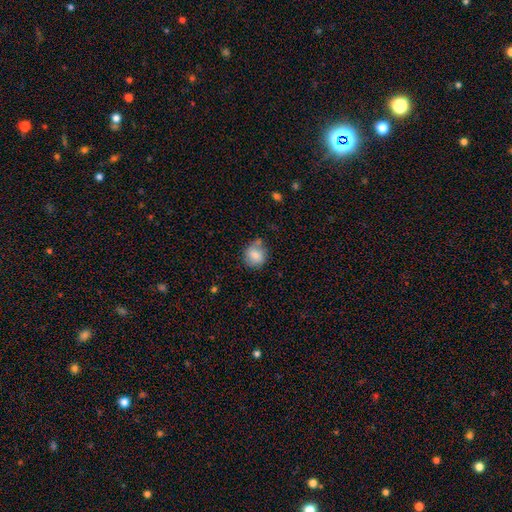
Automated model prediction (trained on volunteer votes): smooth_or_featured: smooth (p=0.78) [alt: featured or disk p=0.14]
how_rounded: round (p=0.79) [alt: in between p=0.20]
merging: none (p=0.61) [alt: minor disturbance p=0.24]